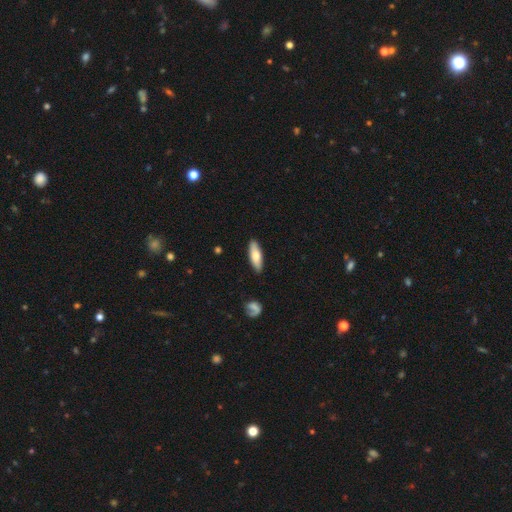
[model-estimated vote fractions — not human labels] Smooth or featured?
  - smooth: 68% *
  - featured or disk: 27%
  - star or artifact: 6%
How rounded?
  - in between: 51% *
  - cigar-shaped: 47%
  - round: 2%
Merging?
  - none: 87% *
  - minor disturbance: 9%
  - major disturbance: 2%
  - merger: 2%